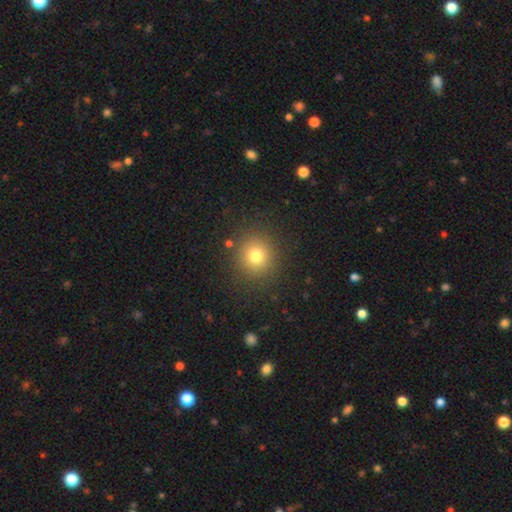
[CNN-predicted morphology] type=smooth (75%); roundness=round (91%); merging=none (88%).